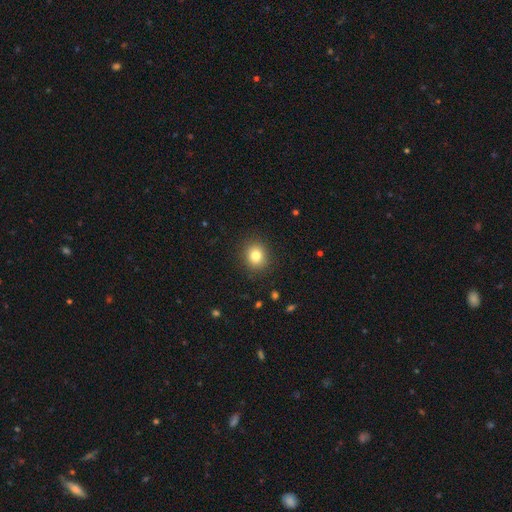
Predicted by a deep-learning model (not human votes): Smooth or featured: smooth — 82% (star or artifact — 11%)
How rounded: round — 75% (in between — 24%)
Merging: none — 89% (minor disturbance — 8%)